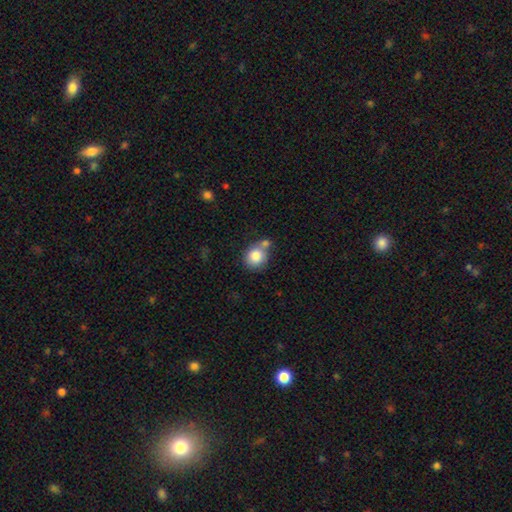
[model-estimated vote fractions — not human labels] Morphology: type=smooth (83%); roundness=round (82%); merging=none (51%).